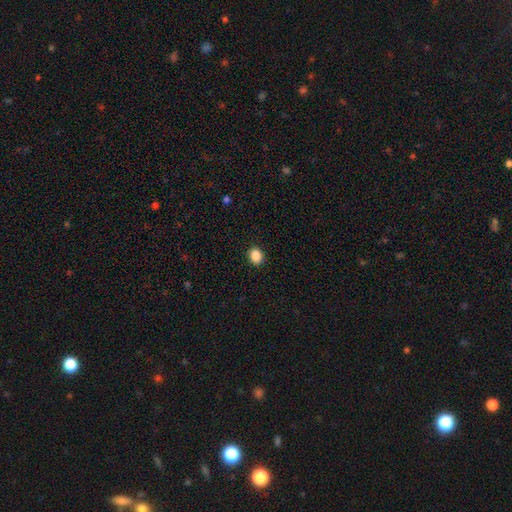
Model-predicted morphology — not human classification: Smooth or featured?
  - smooth: 87% *
  - star or artifact: 10%
  - featured or disk: 3%
How rounded?
  - round: 57% *
  - in between: 42%
  - cigar-shaped: 1%
Merging?
  - none: 91% *
  - minor disturbance: 6%
  - major disturbance: 2%
  - merger: 1%